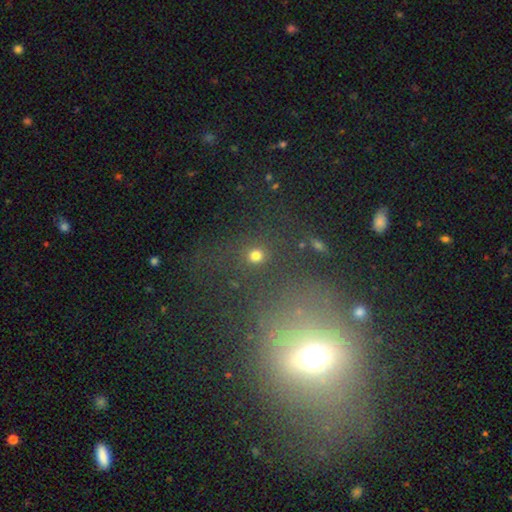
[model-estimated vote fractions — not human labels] Smooth or featured? Predicted: smooth (p=0.64). How rounded? Predicted: round (p=0.85). Merging? Predicted: none (p=0.79).